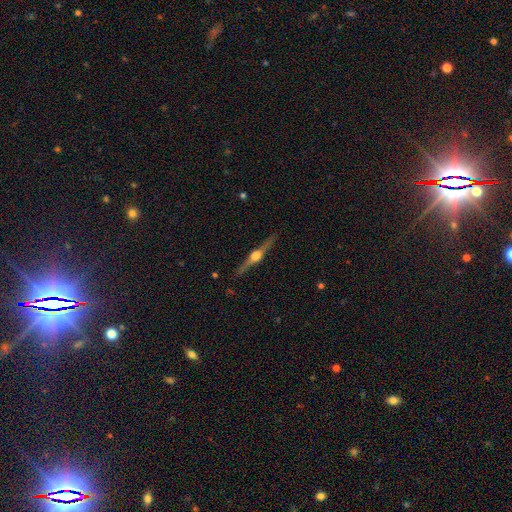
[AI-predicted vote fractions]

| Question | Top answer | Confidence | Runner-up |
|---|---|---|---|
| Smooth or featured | featured or disk | 84% | smooth (11%) |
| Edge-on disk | yes | 98% | no (2%) |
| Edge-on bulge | rounded | 95% | boxy (3%) |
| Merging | none | 90% | minor disturbance (7%) |